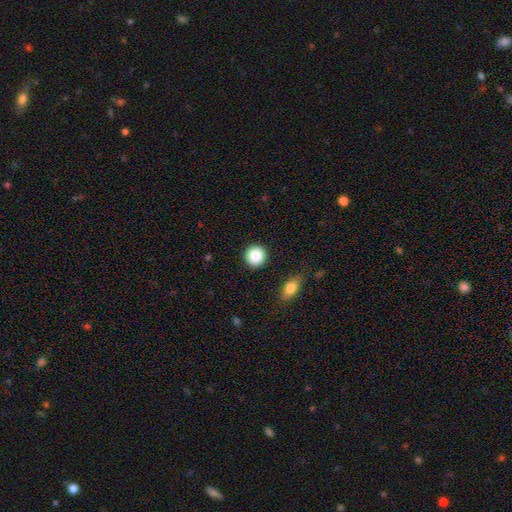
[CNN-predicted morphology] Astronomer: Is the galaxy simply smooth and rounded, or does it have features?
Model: smooth — 87%.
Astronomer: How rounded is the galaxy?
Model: round — 93%.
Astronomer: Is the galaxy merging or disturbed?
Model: none — 91%.